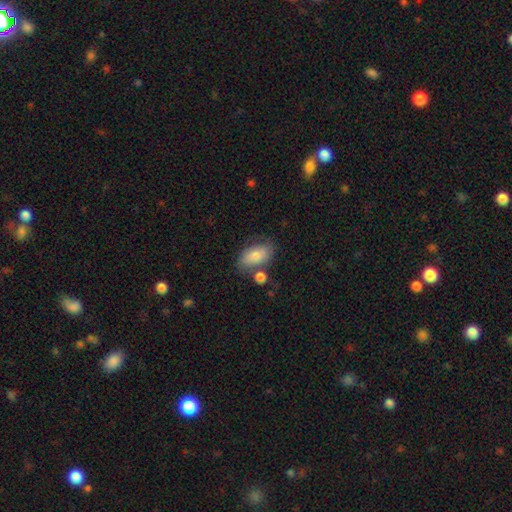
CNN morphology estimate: smooth-or-featured: smooth: 74% | featured or disk: 19% | star or artifact: 7%
  how-rounded: in between: 91% | round: 7% | cigar-shaped: 2%
  merging: none: 60% | minor disturbance: 19% | merger: 15% | major disturbance: 6%